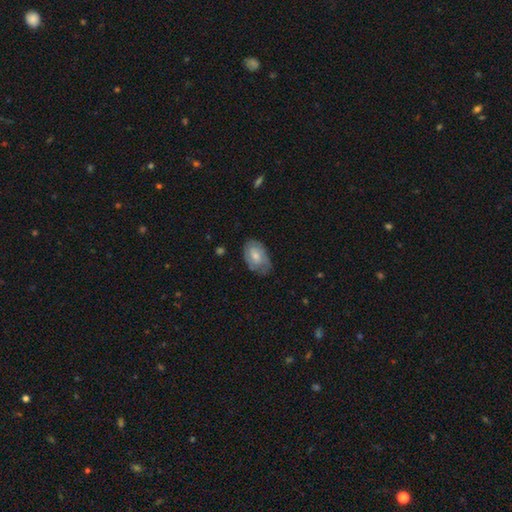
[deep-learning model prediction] smooth 58%, featured or disk 35%, star or artifact 6%. Down the decision tree: how rounded — in between (90%); merging — none (62%).